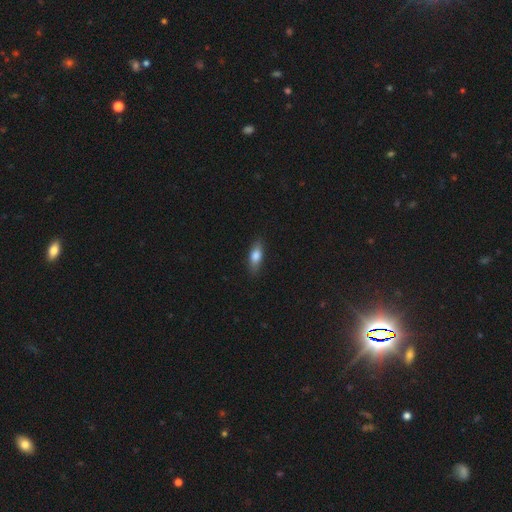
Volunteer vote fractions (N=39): A smooth galaxy with no disk features (74%) that is in between round and cigar-shaped (66%).

Vote fractions:
- Smooth or featured? smooth: 74% / featured or disk: 21% / star or artifact: 5%
- How rounded? in between: 66% / cigar-shaped: 31% / round: 3%
- Merging? none: 89% / minor disturbance: 11% / major disturbance: 0% / merger: 0%